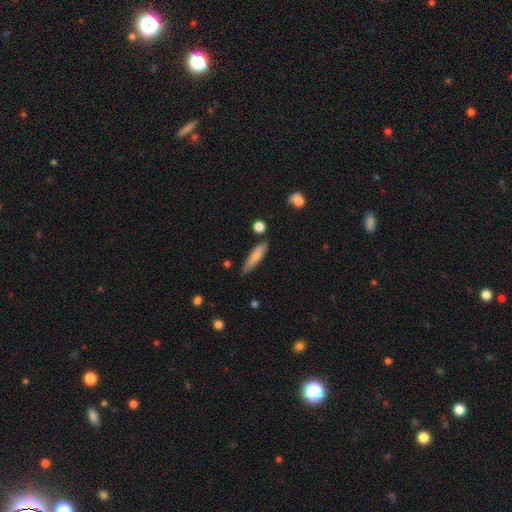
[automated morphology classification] Q: Smooth or featured?
A: smooth (74%); runner-up: featured or disk (19%)
Q: How rounded?
A: cigar-shaped (80%); runner-up: in between (18%)
Q: Merging?
A: none (81%); runner-up: minor disturbance (13%)